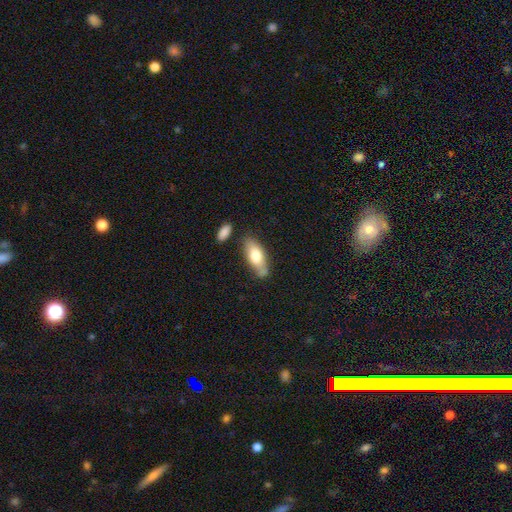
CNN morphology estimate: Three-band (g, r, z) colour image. It shows a smooth galaxy with no disk features (73%) that is in between round and cigar-shaped (78%). Merging: none (62%).